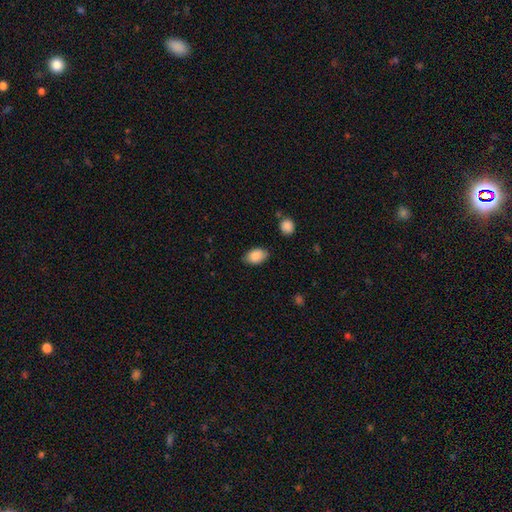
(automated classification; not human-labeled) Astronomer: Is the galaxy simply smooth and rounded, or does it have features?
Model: smooth — 88%.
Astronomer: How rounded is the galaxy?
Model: in between — 87%.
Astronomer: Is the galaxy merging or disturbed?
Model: none — 80%.